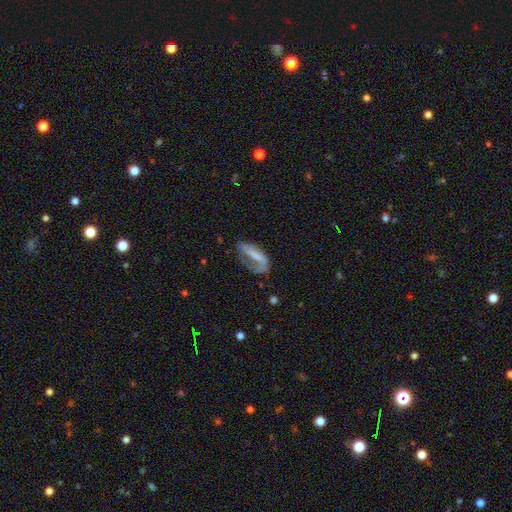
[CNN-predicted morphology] Smooth or featured? smooth (47%)
Merging? major disturbance (43%)